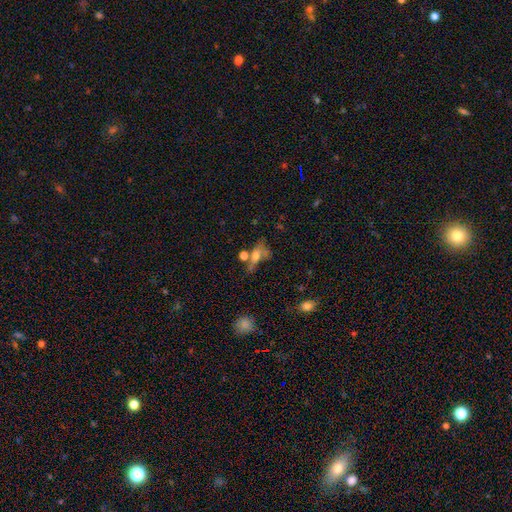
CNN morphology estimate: This appears to be a smooth galaxy with no disk features (51%) that is in between round and cigar-shaped (66%). Merging: merger (31%).